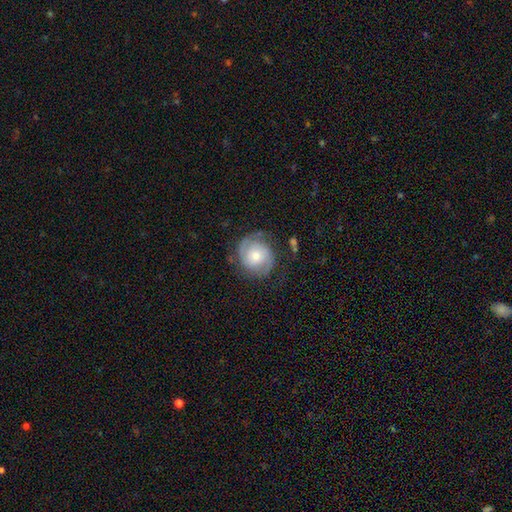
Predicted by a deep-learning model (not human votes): Smooth or featured? featured or disk (67%)
Edge-on disk? no (98%)
Bar? no (70%)
Spiral arms? yes (89%)
Spiral winding? tight (48%)
Spiral arm count? 2 (80%)
Bulge size? moderate (50%)
Merging? none (71%)